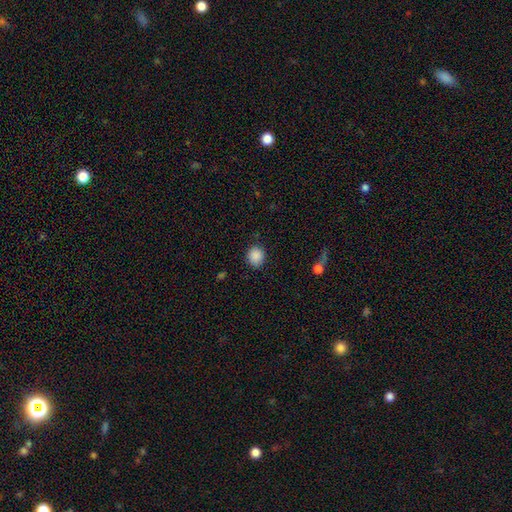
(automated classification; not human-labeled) The model was most divided on "how rounded": round: 78%, in between: 21%, cigar-shaped: 1%. More confident: smooth or featured — smooth (88%); merging — none (85%).